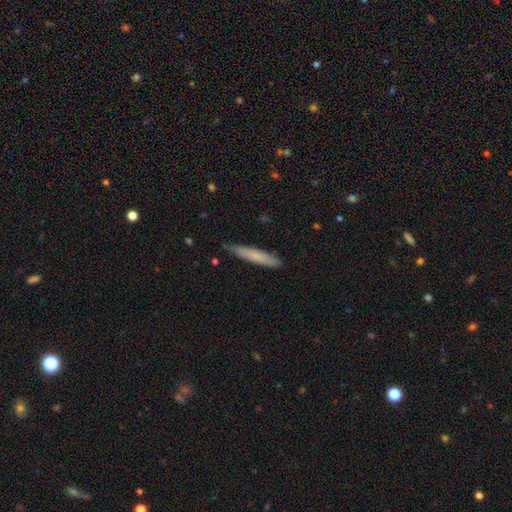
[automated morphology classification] type=smooth (70%); roundness=cigar-shaped (94%); merging=none (81%).